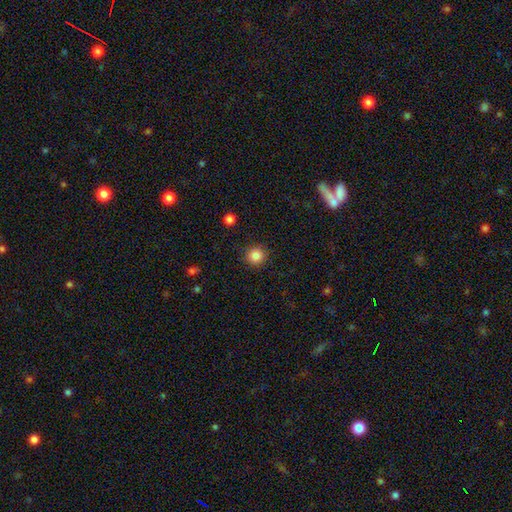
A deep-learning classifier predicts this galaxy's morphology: smooth_or_featured: smooth (p=0.85) [alt: star or artifact p=0.11]
how_rounded: round (p=0.93) [alt: in between p=0.06]
merging: none (p=0.90) [alt: minor disturbance p=0.06]